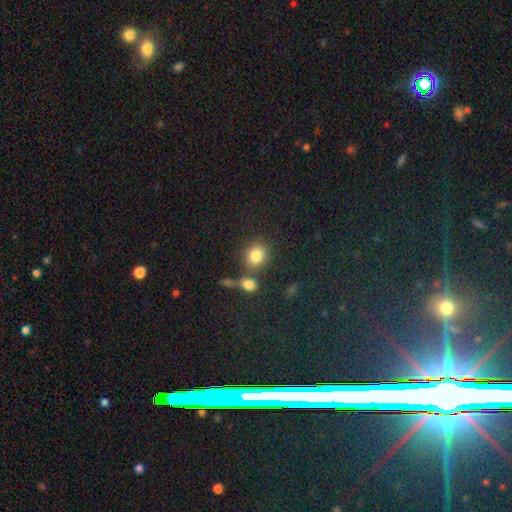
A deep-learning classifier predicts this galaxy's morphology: Smooth or featured: smooth — 82% (star or artifact — 11%)
How rounded: round — 67% (in between — 32%)
Merging: none — 62% (merger — 22%)